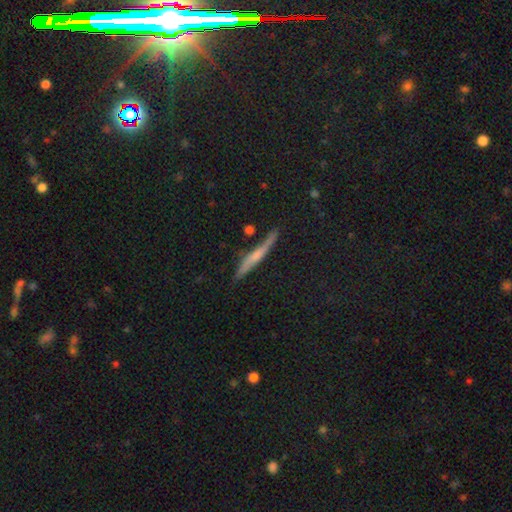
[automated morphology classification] Q: Smooth or featured?
A: featured or disk (52%); runner-up: smooth (37%)
Q: Edge-on disk?
A: yes (92%); runner-up: no (8%)
Q: Merging?
A: none (78%); runner-up: minor disturbance (15%)